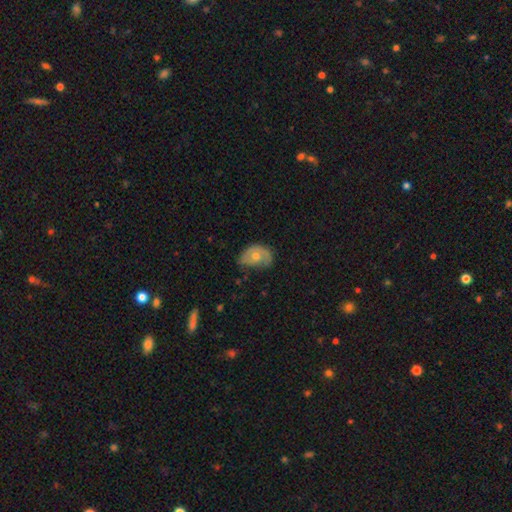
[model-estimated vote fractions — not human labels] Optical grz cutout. It shows a featured or disk galaxy (49%). Merging: none (44%).